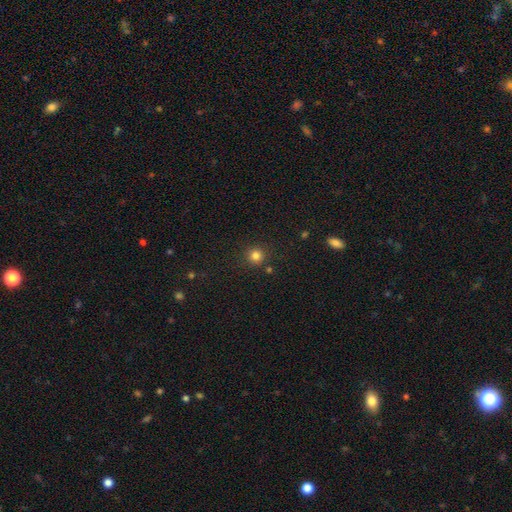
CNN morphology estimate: Overall: smooth (81%). How rounded: round (94%). Merging: none (88%).